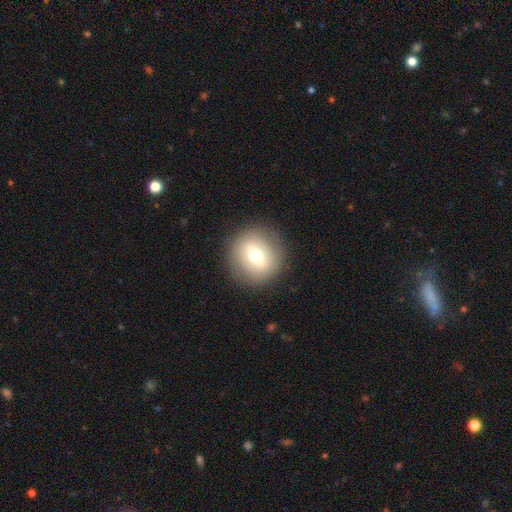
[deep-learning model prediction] Overall: smooth (59%; featured or disk 32%). How rounded: round (89%). Merging: none (88%).